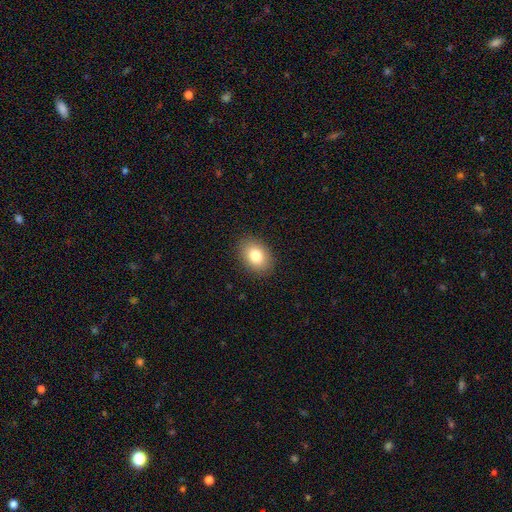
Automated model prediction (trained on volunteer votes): Overall: smooth (81%). How rounded: in between (73%). Merging: none (88%).